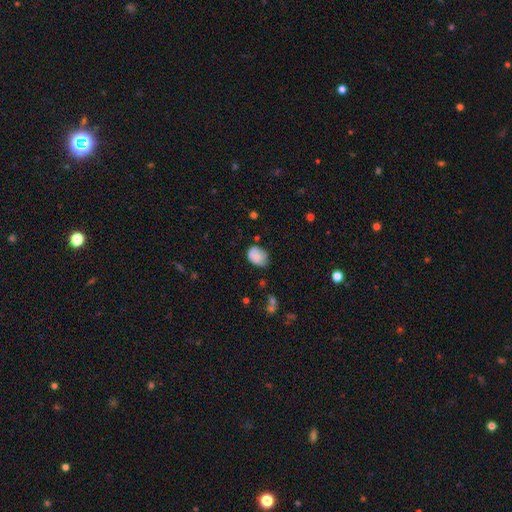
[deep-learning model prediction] This appears to be a smooth galaxy with no disk features (80%) that is in between round and cigar-shaped (71%). Merging: none (54%).